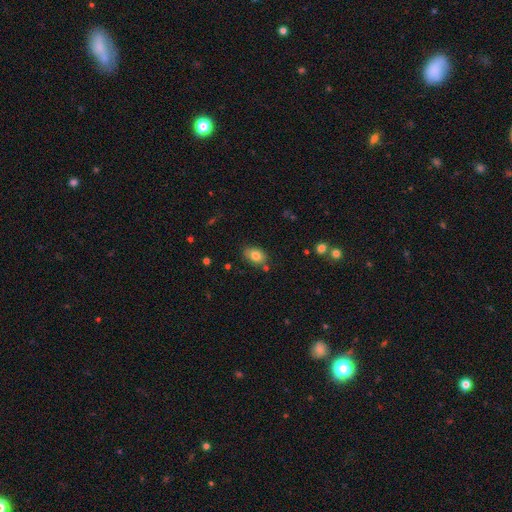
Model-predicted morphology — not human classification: This is clearly a smooth galaxy (80%). How rounded: clearly in between (81%). Merging: likely none (76%).